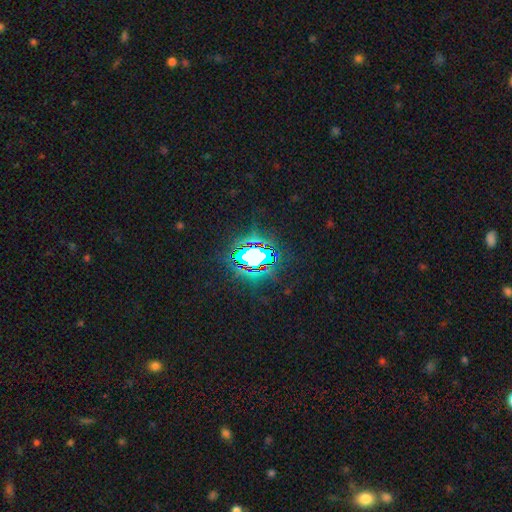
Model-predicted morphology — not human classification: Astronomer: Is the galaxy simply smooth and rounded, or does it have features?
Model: star or artifact — 72%.